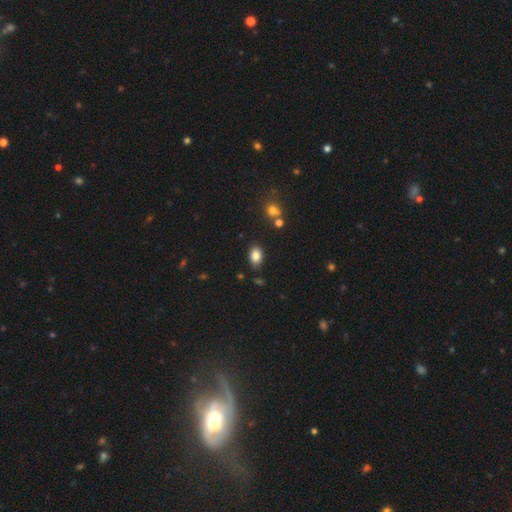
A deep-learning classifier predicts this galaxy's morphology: The model was most divided on "merging": none: 82%, minor disturbance: 12%, merger: 3%, major disturbance: 3%. More confident: how rounded — in between (86%); smooth or featured — smooth (84%).